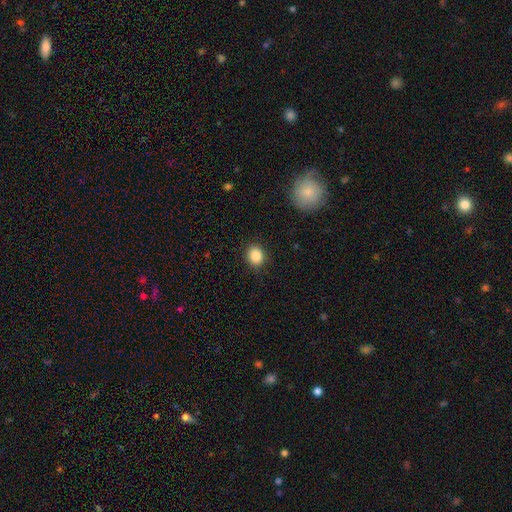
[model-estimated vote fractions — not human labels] smooth_or_featured: smooth (p=0.87) [alt: star or artifact p=0.09]
how_rounded: round (p=0.69) [alt: in between p=0.30]
merging: none (p=0.89) [alt: minor disturbance p=0.07]